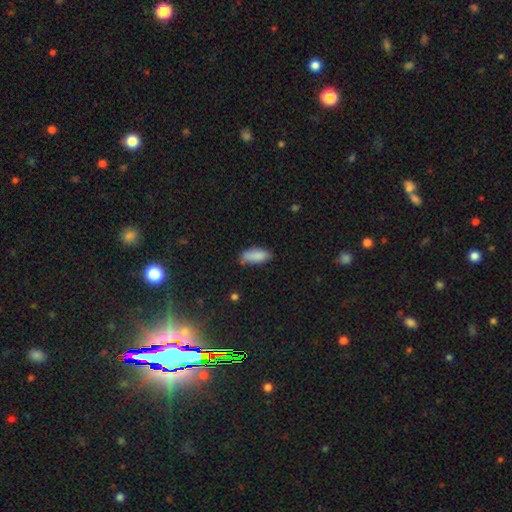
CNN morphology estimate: Smooth or featured: smooth — 88% (star or artifact — 7%)
How rounded: in between — 81% (cigar-shaped — 17%)
Merging: none — 70% (minor disturbance — 23%)